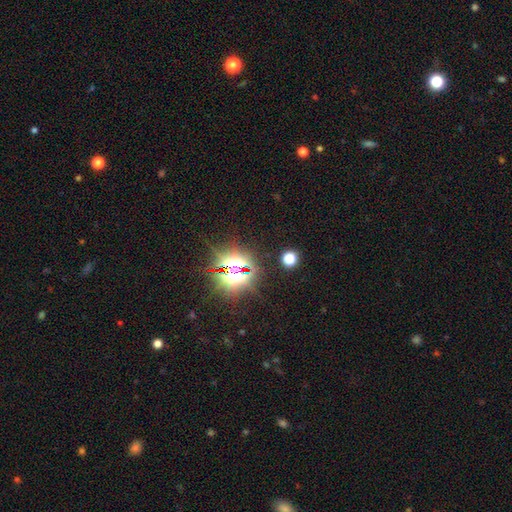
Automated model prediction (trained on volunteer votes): Q: Smooth or featured?
A: star or artifact (83%); runner-up: smooth (11%)